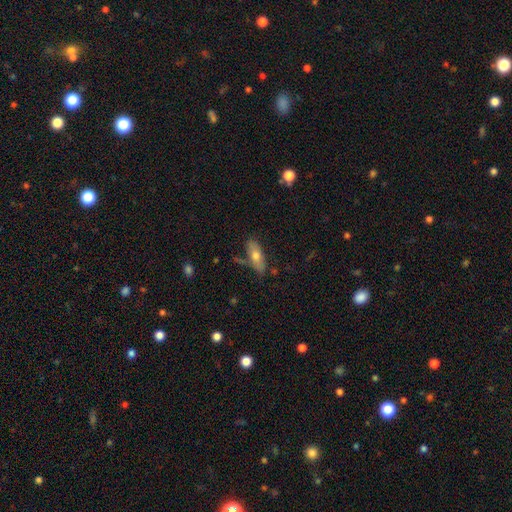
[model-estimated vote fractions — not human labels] smooth 64%, featured or disk 29%, star or artifact 7%. Down the decision tree: how rounded — in between (70%); merging — none (65%).